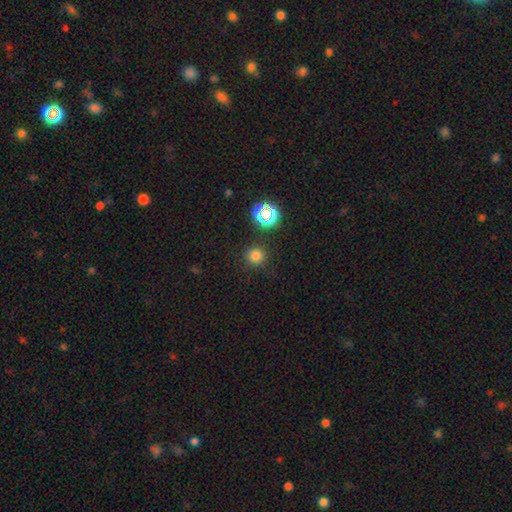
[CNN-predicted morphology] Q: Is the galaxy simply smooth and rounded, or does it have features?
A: smooth — 75%.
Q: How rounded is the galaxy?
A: round — 92%.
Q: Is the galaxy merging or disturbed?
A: none — 88%.